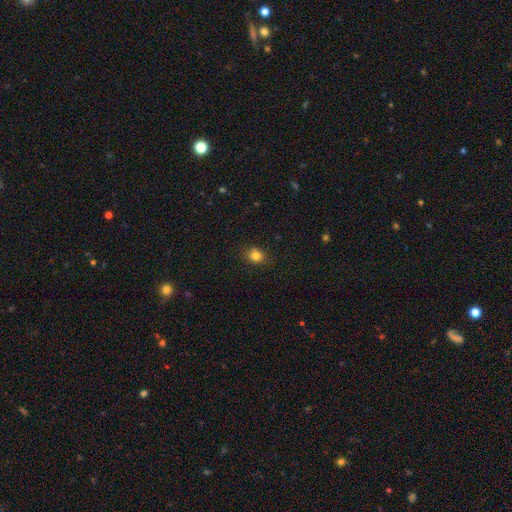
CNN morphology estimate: smooth_or_featured: smooth (p=0.81) [alt: star or artifact p=0.13]
how_rounded: round (p=0.64) [alt: in between p=0.35]
merging: none (p=0.82) [alt: minor disturbance p=0.13]